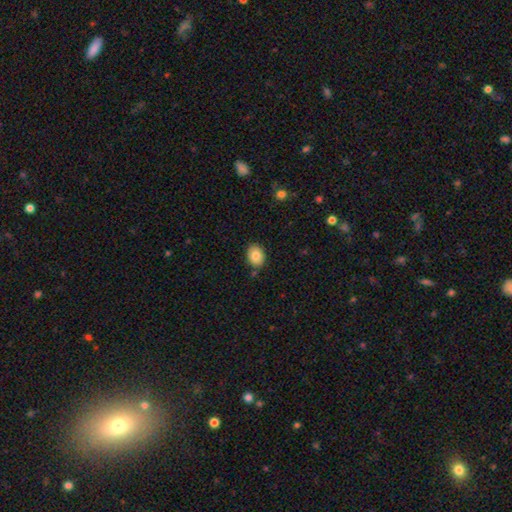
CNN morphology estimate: Smooth or featured? Predicted: smooth (p=0.84). How rounded? Predicted: in between (p=0.65). Merging? Predicted: none (p=0.82).